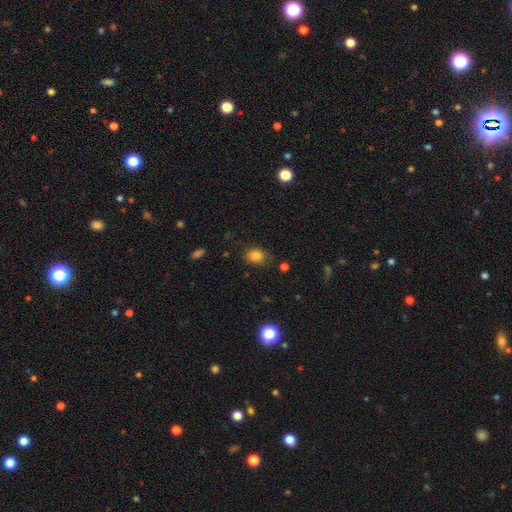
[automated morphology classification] This appears to be a smooth galaxy with no disk features (82%) that is round (50%). Merging: none (77%).